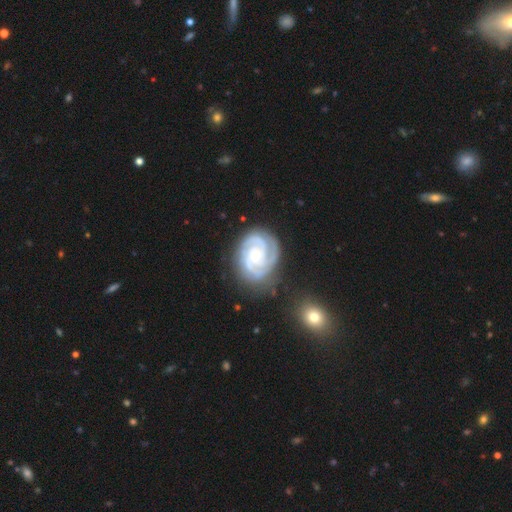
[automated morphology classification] Smooth or featured?
  - featured or disk: 92% *
  - smooth: 4%
  - star or artifact: 4%
Edge-on disk?
  - no: 98% *
  - yes: 2%
Bar?
  - no: 72% *
  - weak: 22%
  - strong: 7%
Spiral arms?
  - yes: 98% *
  - no: 2%
Spiral winding?
  - tight: 76% *
  - medium: 22%
  - loose: 3%
Spiral arm count?
  - 3: 49% *
  - 2: 24%
  - 4: 10%
  - can't tell: 9%
  - more than 4: 4%
  - 1: 4%
Bulge size?
  - small: 59% *
  - moderate: 38%
  - large: 2%
  - none: 1%
  - dominant: 1%
Merging?
  - none: 76% *
  - minor disturbance: 17%
  - major disturbance: 6%
  - merger: 2%